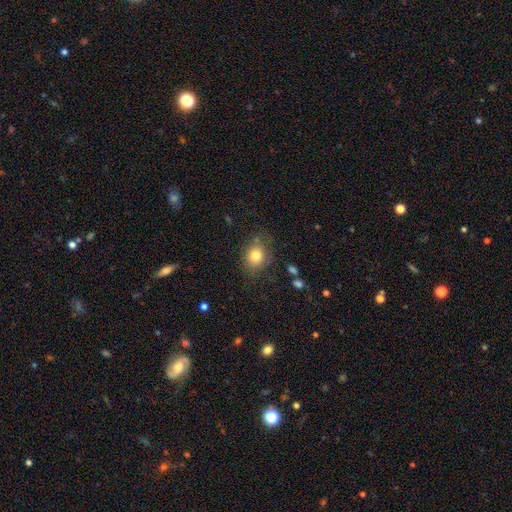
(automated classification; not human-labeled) smooth 80%, star or artifact 11%, featured or disk 9%. Down the decision tree: how rounded — round (66%); merging — none (73%).